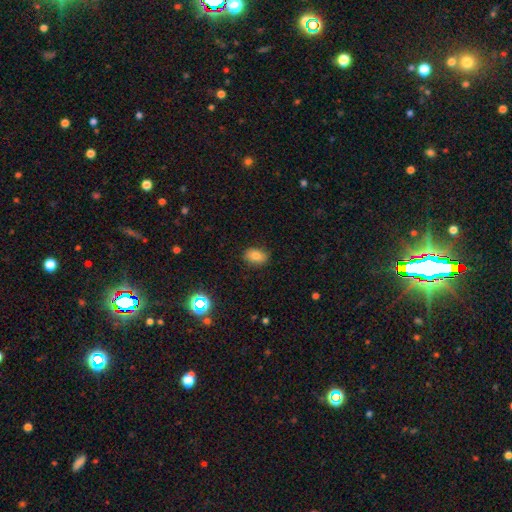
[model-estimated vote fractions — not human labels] smooth_or_featured: smooth (p=0.80) [alt: star or artifact p=0.12]
how_rounded: in between (p=0.76) [alt: round p=0.23]
merging: none (p=0.87) [alt: minor disturbance p=0.10]